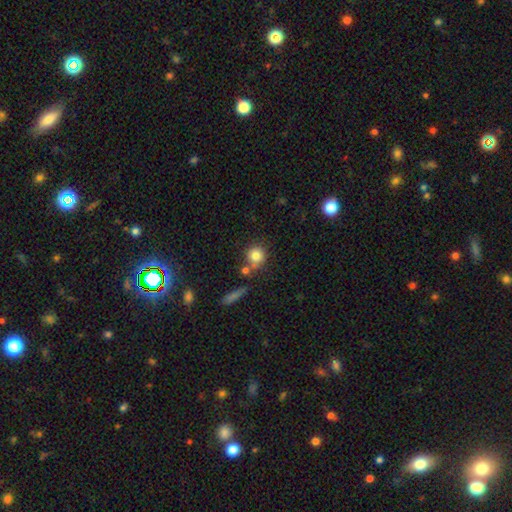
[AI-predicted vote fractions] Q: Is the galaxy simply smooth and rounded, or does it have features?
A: smooth — 82%.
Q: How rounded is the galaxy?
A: round — 88%.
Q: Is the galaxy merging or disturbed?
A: none — 65%.